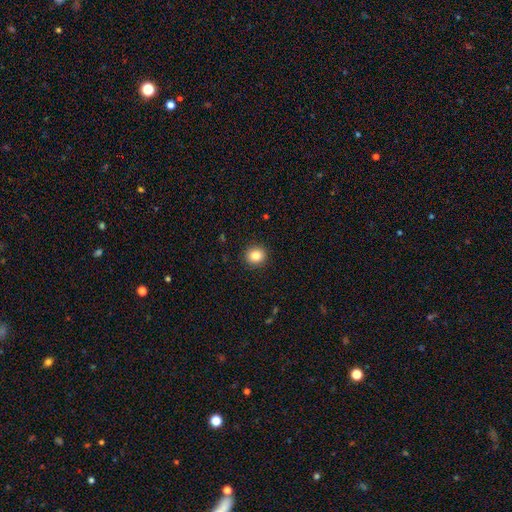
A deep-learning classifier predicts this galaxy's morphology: Smooth or featured? smooth (84%)
How rounded? round (87%)
Merging? none (91%)